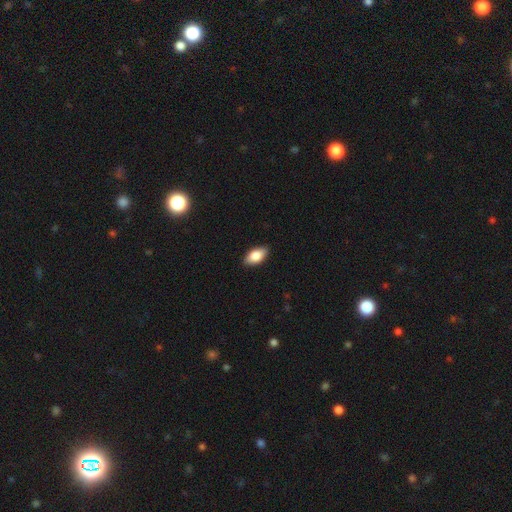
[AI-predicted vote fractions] Smooth or featured? smooth (83%)
How rounded? in between (92%)
Merging? none (88%)